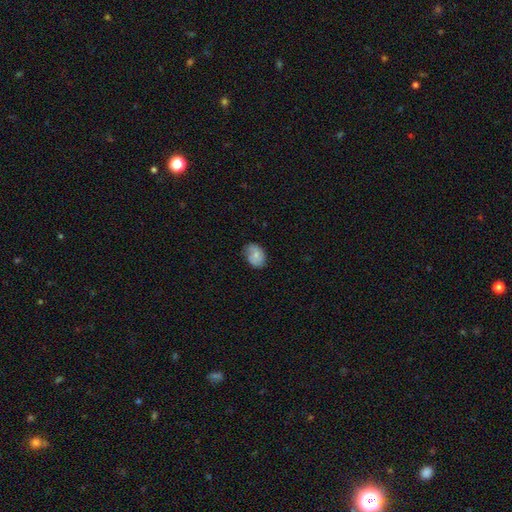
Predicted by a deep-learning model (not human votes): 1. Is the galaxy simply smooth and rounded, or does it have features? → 70% smooth, 22% featured or disk, 8% star or artifact.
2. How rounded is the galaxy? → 70% in between, 29% round, 1% cigar-shaped.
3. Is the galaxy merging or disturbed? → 64% none, 28% minor disturbance, 7% major disturbance, 2% merger.